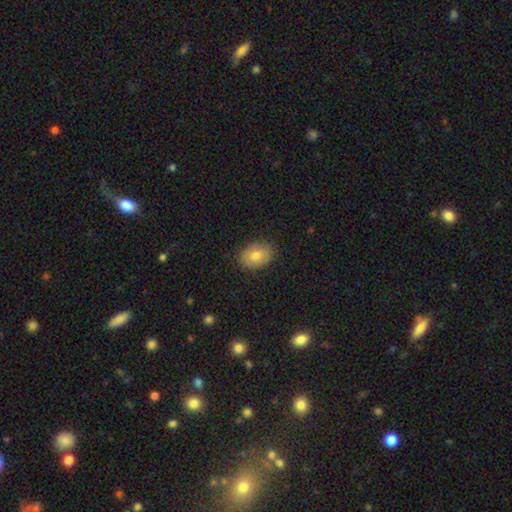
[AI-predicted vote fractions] Smooth or featured? Predicted: smooth (p=0.76). How rounded? Predicted: in between (p=0.79). Merging? Predicted: none (p=0.86).